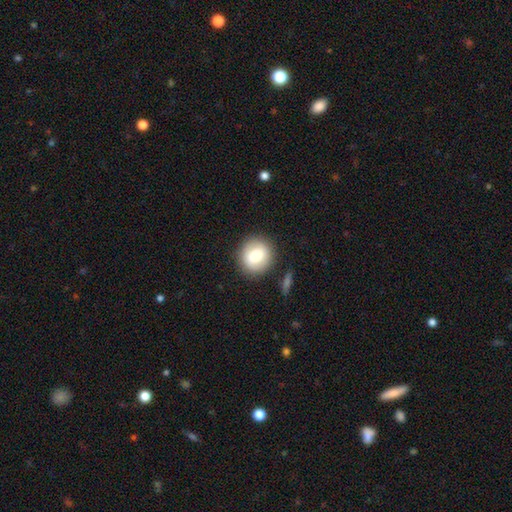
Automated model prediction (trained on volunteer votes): Smooth or featured? smooth (74%)
How rounded? round (88%)
Merging? none (87%)